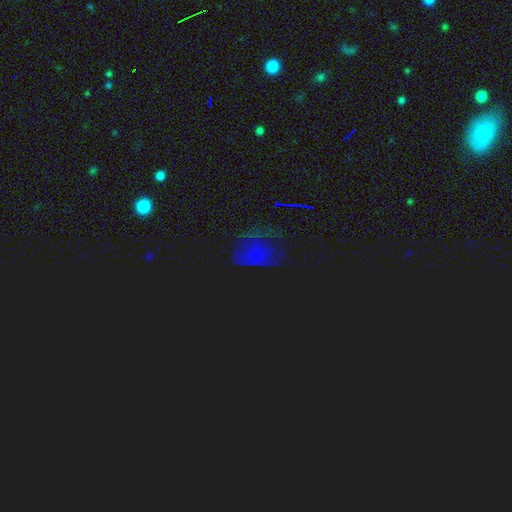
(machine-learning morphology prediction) This appears to be a star or artifact, not a galaxy (60%).